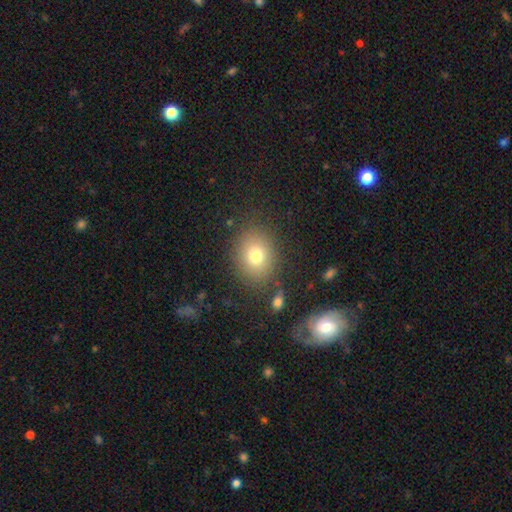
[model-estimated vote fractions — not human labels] A smooth galaxy with no disk features (76%) that is round (54%).

Vote fractions:
- Smooth or featured? smooth: 76% / star or artifact: 12% / featured or disk: 12%
- How rounded? round: 54% / in between: 45% / cigar-shaped: 1%
- Merging? none: 83% / minor disturbance: 10% / major disturbance: 4% / merger: 3%